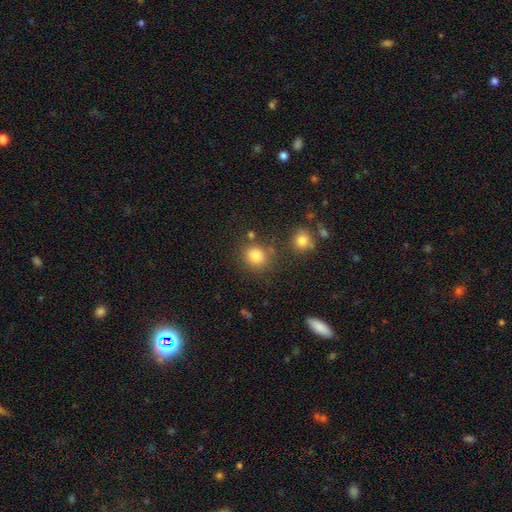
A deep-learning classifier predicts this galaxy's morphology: smooth-or-featured: smooth: 83% | star or artifact: 12% | featured or disk: 6%
  how-rounded: round: 79% | in between: 20% | cigar-shaped: 1%
  merging: none: 74% | minor disturbance: 12% | merger: 10% | major disturbance: 5%